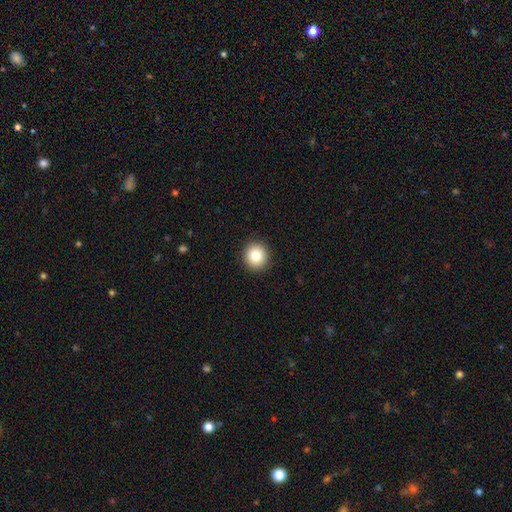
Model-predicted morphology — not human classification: Smooth or featured? Predicted: smooth (p=0.83). How rounded? Predicted: round (p=0.92). Merging? Predicted: none (p=0.93).